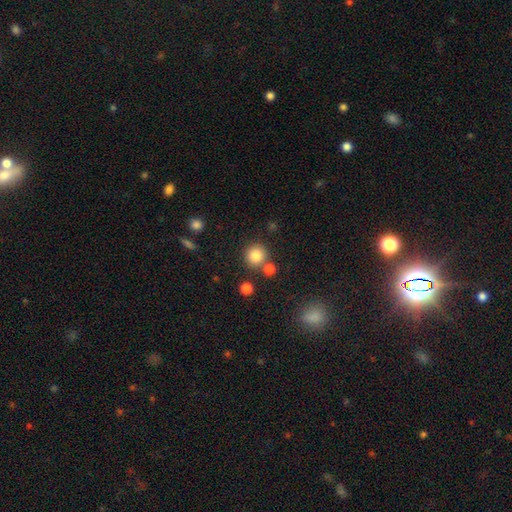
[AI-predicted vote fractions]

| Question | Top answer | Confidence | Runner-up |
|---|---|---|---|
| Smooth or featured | smooth | 83% | star or artifact (12%) |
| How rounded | round | 92% | in between (7%) |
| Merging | none | 79% | merger (11%) |